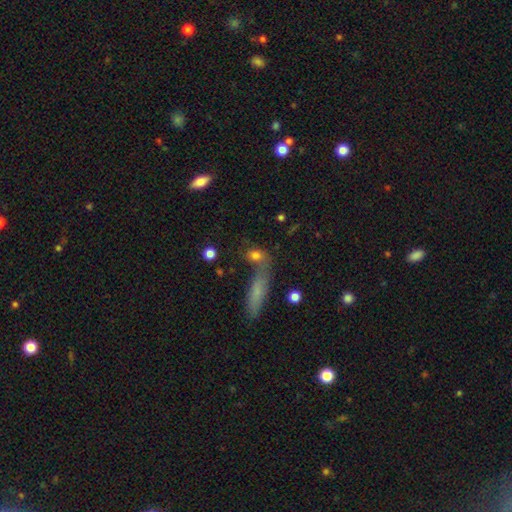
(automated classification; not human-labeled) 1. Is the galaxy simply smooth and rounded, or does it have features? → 75% smooth, 13% star or artifact, 12% featured or disk.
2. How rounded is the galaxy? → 45% in between, 44% round, 11% cigar-shaped.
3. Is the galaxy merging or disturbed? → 53% none, 28% merger, 12% minor disturbance, 7% major disturbance.